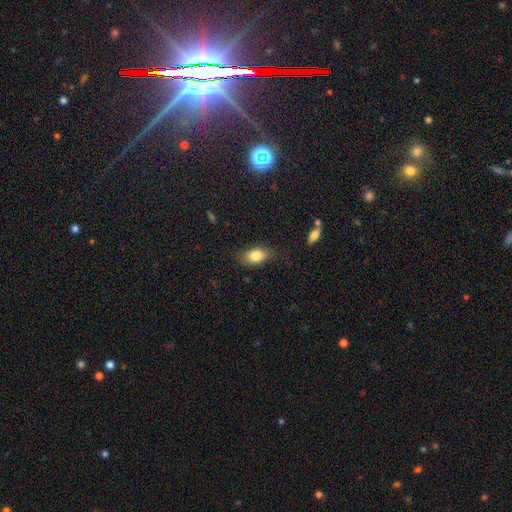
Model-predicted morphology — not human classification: Overall: smooth (82%). How rounded: in between (86%). Merging: none (79%).